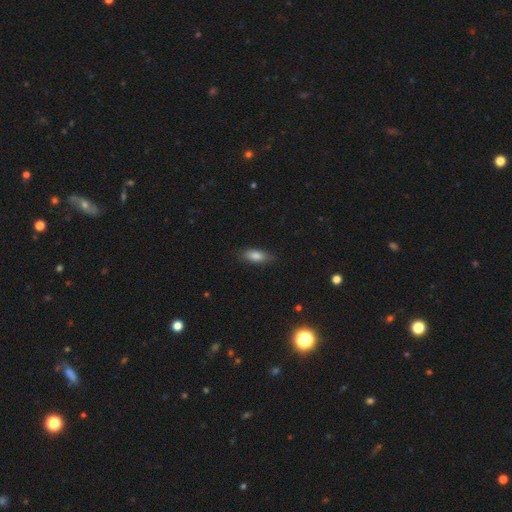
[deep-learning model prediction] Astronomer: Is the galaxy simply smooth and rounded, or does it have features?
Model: smooth — 80%.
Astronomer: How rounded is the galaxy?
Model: in between — 76%.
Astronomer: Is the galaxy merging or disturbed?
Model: none — 81%.